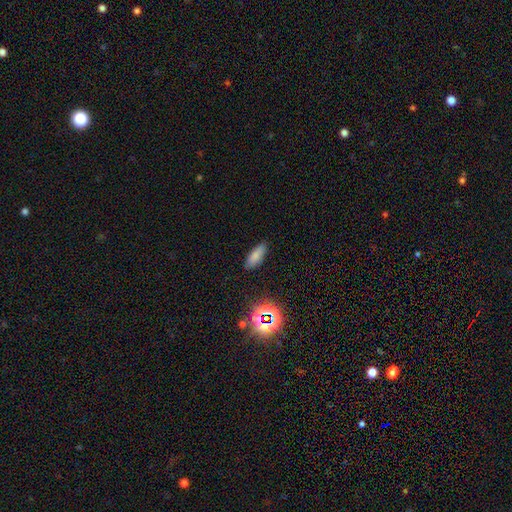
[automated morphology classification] The model was most divided on "how rounded": in between: 65%, cigar-shaped: 32%, round: 3%. More confident: merging — none (85%); smooth or featured — smooth (79%).